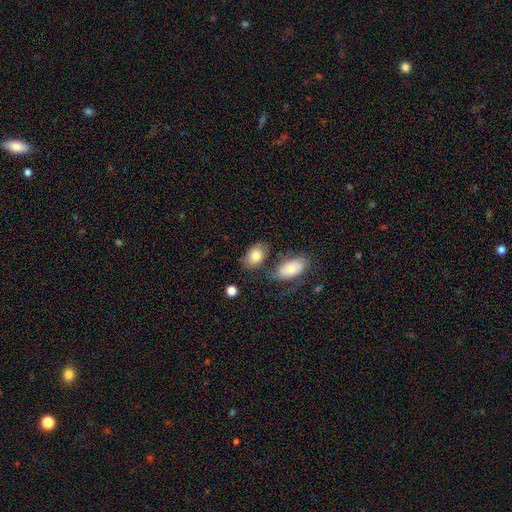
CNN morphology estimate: smooth 81%, featured or disk 12%, star or artifact 7%. Down the decision tree: how rounded — in between (84%); merging — none (59%).